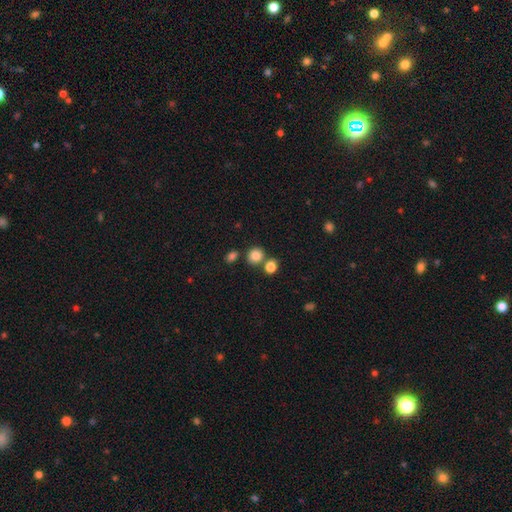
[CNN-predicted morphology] Q: Smooth or featured?
A: smooth (83%); runner-up: star or artifact (11%)
Q: How rounded?
A: round (79%); runner-up: in between (20%)
Q: Merging?
A: none (66%); runner-up: merger (22%)